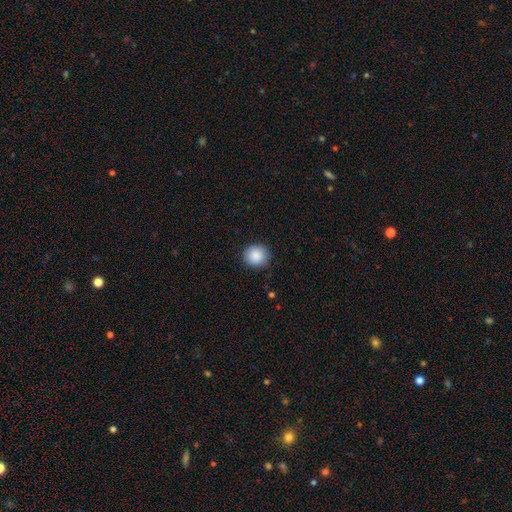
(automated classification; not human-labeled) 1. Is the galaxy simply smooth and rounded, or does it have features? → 89% smooth, 8% star or artifact, 3% featured or disk.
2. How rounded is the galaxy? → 89% round, 10% in between, 1% cigar-shaped.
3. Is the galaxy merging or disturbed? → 88% none, 9% minor disturbance, 2% major disturbance, 1% merger.